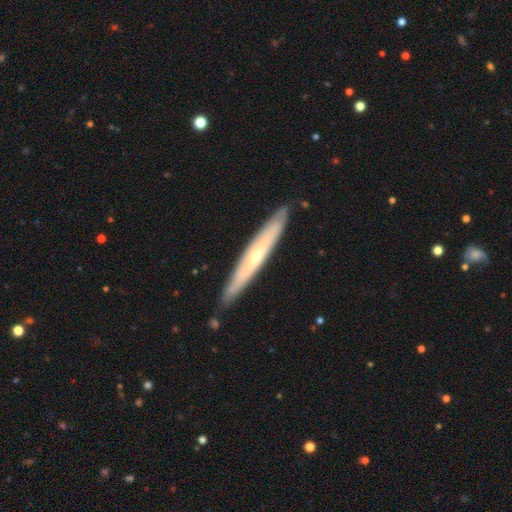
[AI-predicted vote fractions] This appears to be a featured or disk galaxy (64%) viewed edge-on (85%) with a rounded central bulge (63%). Merging: none (87%).